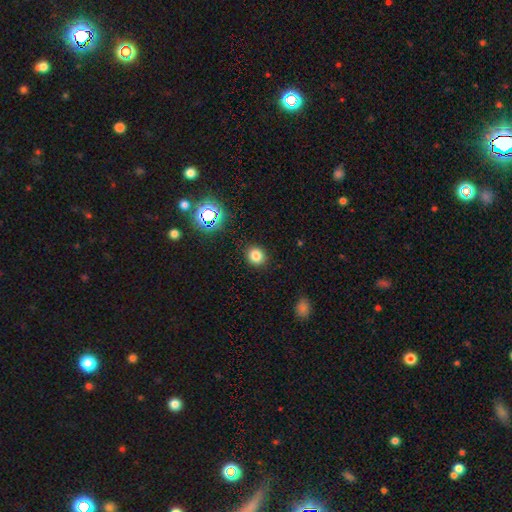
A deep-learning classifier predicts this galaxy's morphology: smooth-or-featured: smooth: 79% | star or artifact: 16% | featured or disk: 6%
  how-rounded: round: 77% | in between: 22% | cigar-shaped: 1%
  merging: none: 90% | minor disturbance: 6% | major disturbance: 2% | merger: 1%